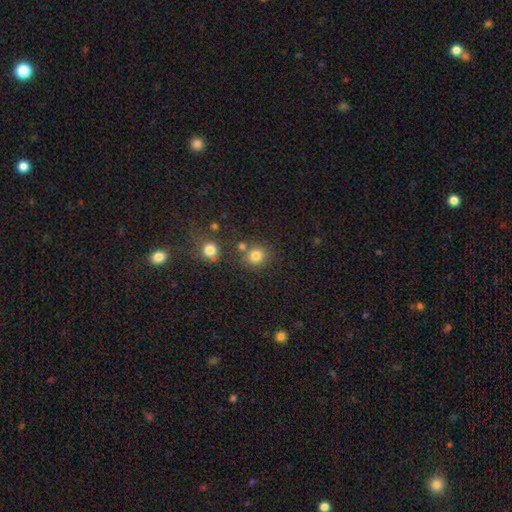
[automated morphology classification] The model was most divided on "merging": none: 73%, merger: 14%, minor disturbance: 9%, major disturbance: 4%. More confident: how rounded — round (86%); smooth or featured — smooth (80%).